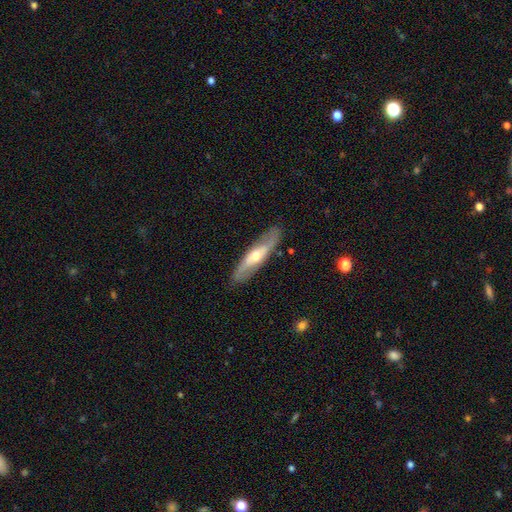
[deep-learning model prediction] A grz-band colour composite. It shows a featured or disk galaxy (63%) with not edge-on (50%, tied with yes). Merging: none (85%).